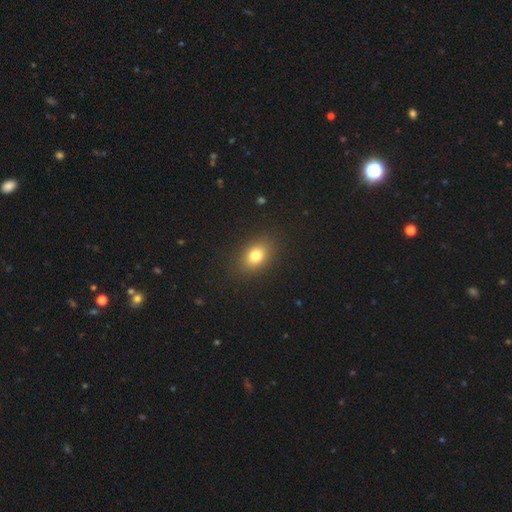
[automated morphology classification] This appears to be a smooth galaxy with no disk features (79%) that is in between round and cigar-shaped (72%). Merging: none (87%).